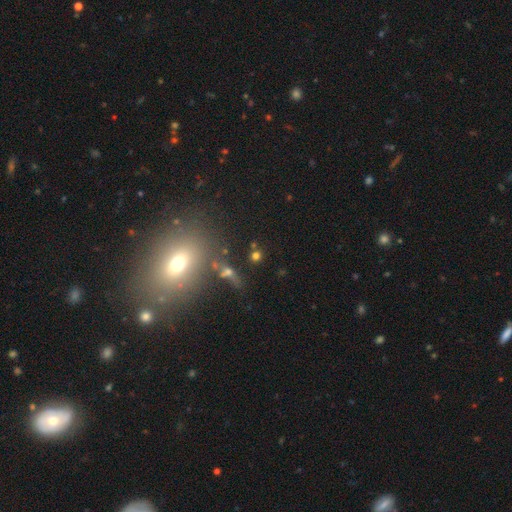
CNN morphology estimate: This is likely a smooth galaxy (65%). How rounded: likely round (79%). Merging: likely none (67%).